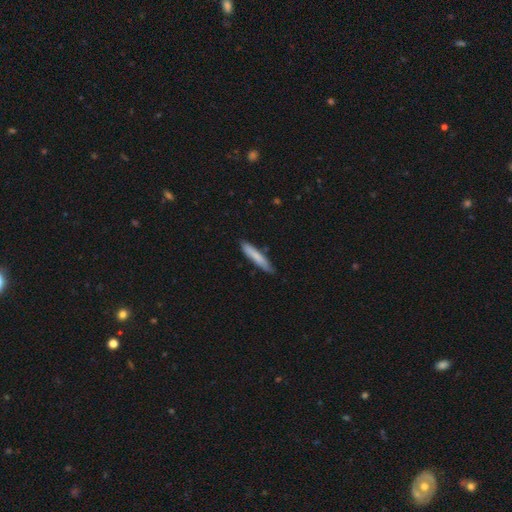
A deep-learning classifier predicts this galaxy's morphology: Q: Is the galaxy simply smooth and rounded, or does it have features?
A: smooth — 78%.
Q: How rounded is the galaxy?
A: cigar-shaped — 91%.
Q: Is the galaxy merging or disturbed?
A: none — 81%.